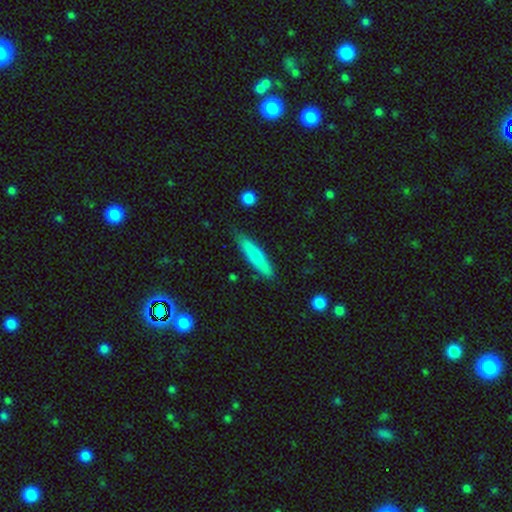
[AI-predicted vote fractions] Q: Smooth or featured?
A: smooth (63%); runner-up: featured or disk (31%)
Q: How rounded?
A: cigar-shaped (80%); runner-up: in between (18%)
Q: Merging?
A: none (82%); runner-up: minor disturbance (13%)